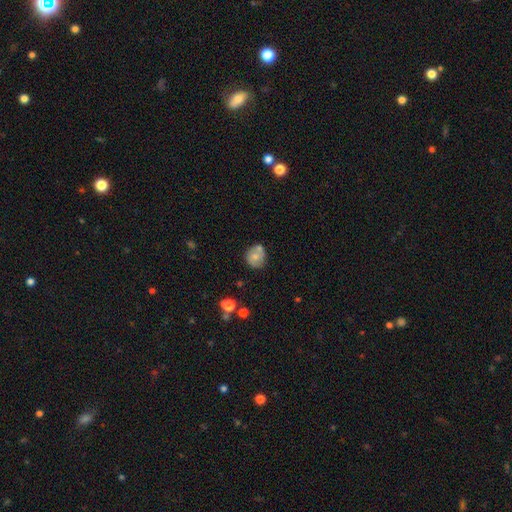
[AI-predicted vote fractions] Smooth or featured? smooth (61%)
How rounded? round (77%)
Merging? none (58%)